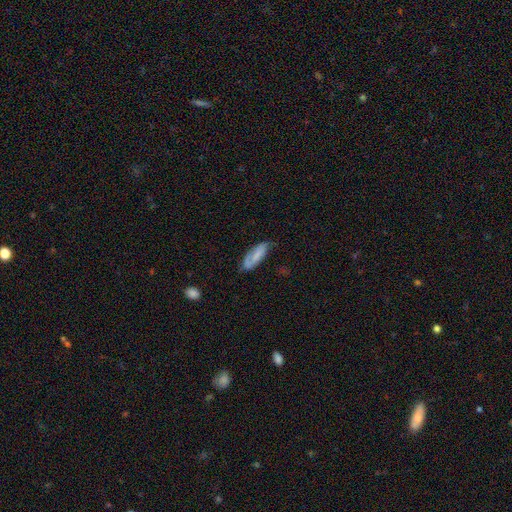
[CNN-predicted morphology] A smooth galaxy with no disk features (62%) that is in between round and cigar-shaped (68%).

Vote fractions:
- Smooth or featured? smooth: 62% / featured or disk: 31% / star or artifact: 7%
- How rounded? in between: 68% / cigar-shaped: 30% / round: 2%
- Merging? none: 50% / minor disturbance: 34% / major disturbance: 12% / merger: 4%